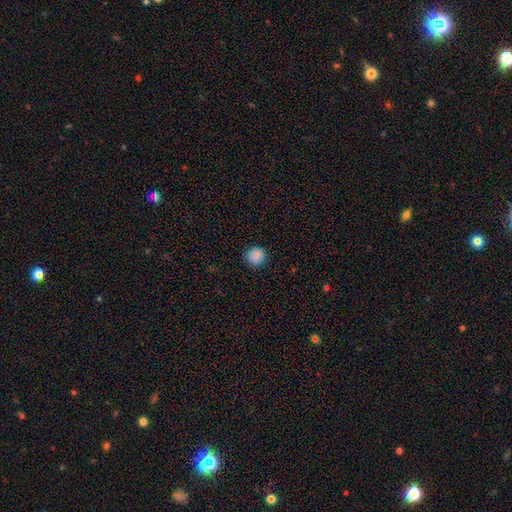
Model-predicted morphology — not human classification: This appears to be a smooth galaxy with no disk features (88%) that is round (90%). Merging: none (89%).